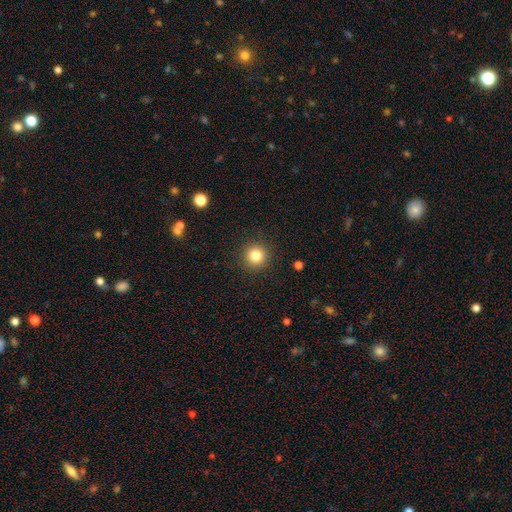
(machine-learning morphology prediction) A smooth galaxy with no disk features (82%) that is round (95%).

Vote fractions:
- Smooth or featured? smooth: 82% / star or artifact: 12% / featured or disk: 6%
- How rounded? round: 95% / in between: 4% / cigar-shaped: 1%
- Merging? none: 91% / minor disturbance: 5% / major disturbance: 2% / merger: 1%